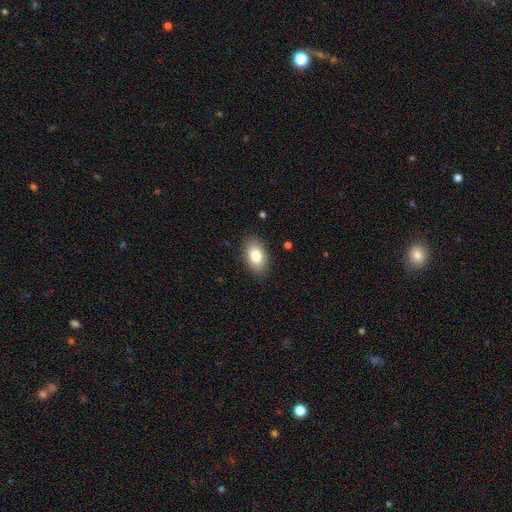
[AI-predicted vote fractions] Morphology: type=smooth (83%); roundness=in between (91%); merging=none (87%).